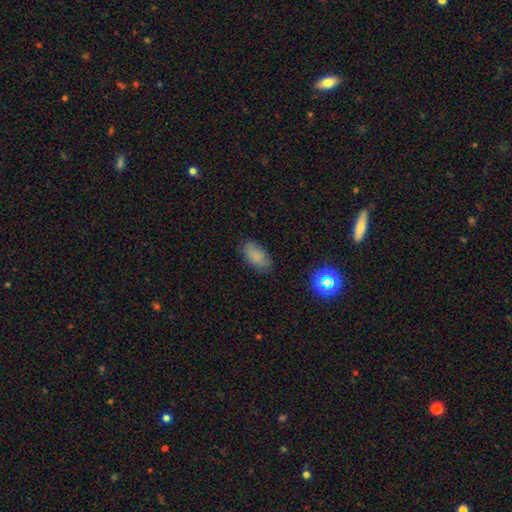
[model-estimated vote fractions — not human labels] Morphology: type=smooth (82%); roundness=in between (92%); merging=none (82%).